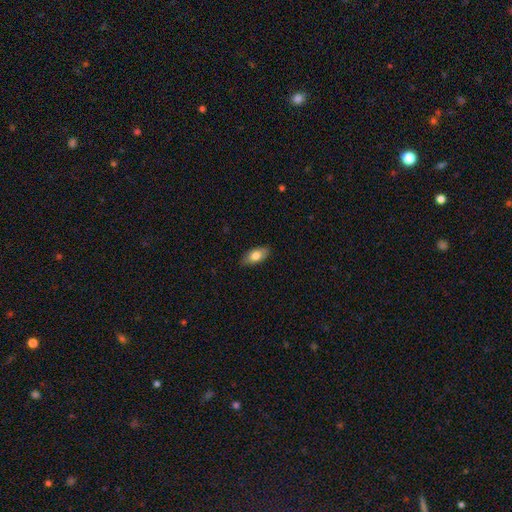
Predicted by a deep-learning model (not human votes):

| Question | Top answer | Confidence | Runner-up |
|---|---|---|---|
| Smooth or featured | smooth | 78% | featured or disk (16%) |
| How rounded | in between | 91% | cigar-shaped (6%) |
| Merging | none | 86% | minor disturbance (11%) |